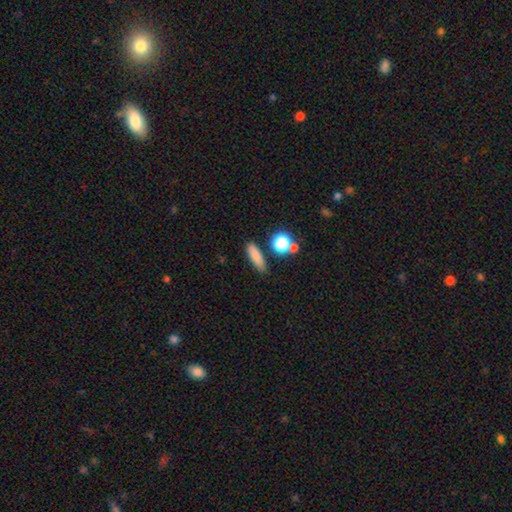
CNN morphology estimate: Smooth or featured?
  - smooth: 80% *
  - star or artifact: 12%
  - featured or disk: 9%
How rounded?
  - cigar-shaped: 57% *
  - in between: 33%
  - round: 10%
Merging?
  - none: 82% *
  - minor disturbance: 10%
  - merger: 6%
  - major disturbance: 3%